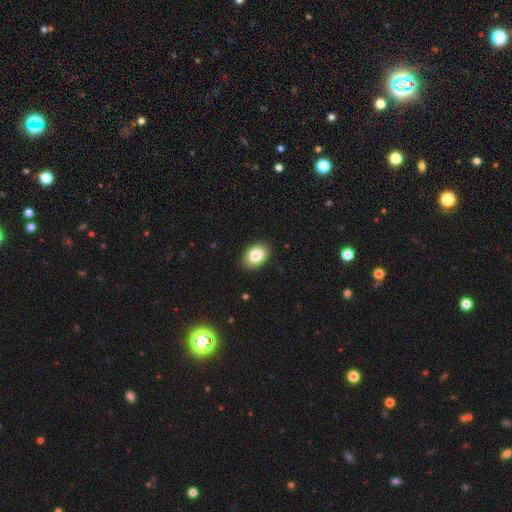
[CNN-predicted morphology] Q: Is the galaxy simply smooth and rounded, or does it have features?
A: smooth — 84%.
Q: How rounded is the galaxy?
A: in between — 76%.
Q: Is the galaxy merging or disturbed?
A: none — 87%.